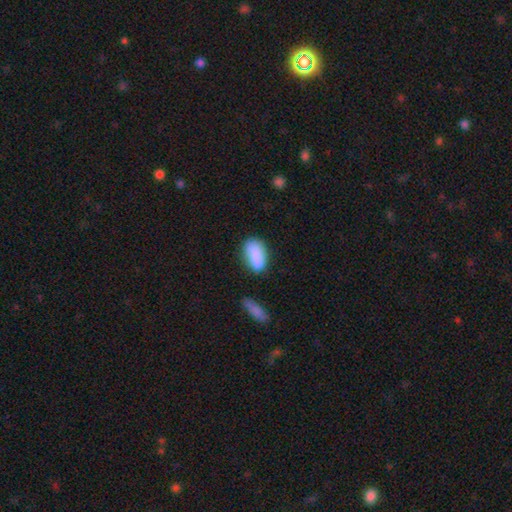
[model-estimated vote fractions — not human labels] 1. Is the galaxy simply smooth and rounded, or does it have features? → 86% smooth, 8% star or artifact, 6% featured or disk.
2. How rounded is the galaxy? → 91% in between, 5% cigar-shaped, 4% round.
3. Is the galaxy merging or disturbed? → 62% none, 25% minor disturbance, 7% major disturbance, 6% merger.